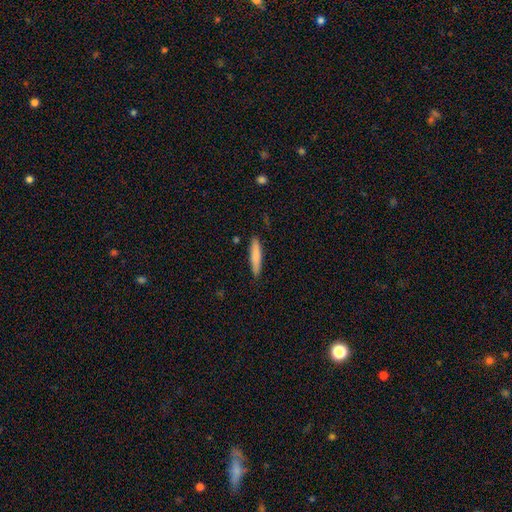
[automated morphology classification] smooth-or-featured: smooth: 80% | featured or disk: 14% | star or artifact: 6%
  how-rounded: cigar-shaped: 88% | in between: 10% | round: 1%
  merging: none: 87% | minor disturbance: 10% | major disturbance: 2% | merger: 1%